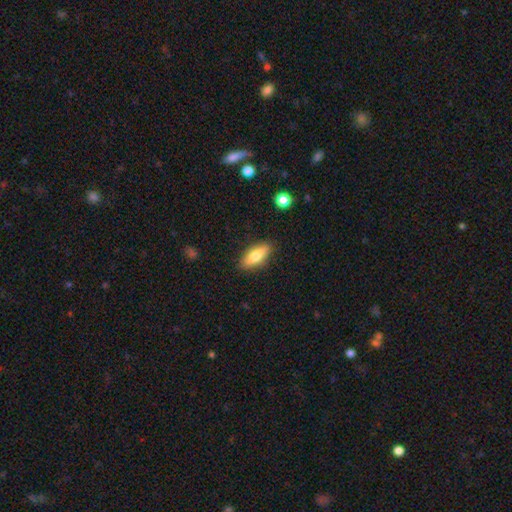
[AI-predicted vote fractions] Smooth or featured? smooth (71%)
How rounded? in between (68%)
Merging? none (86%)